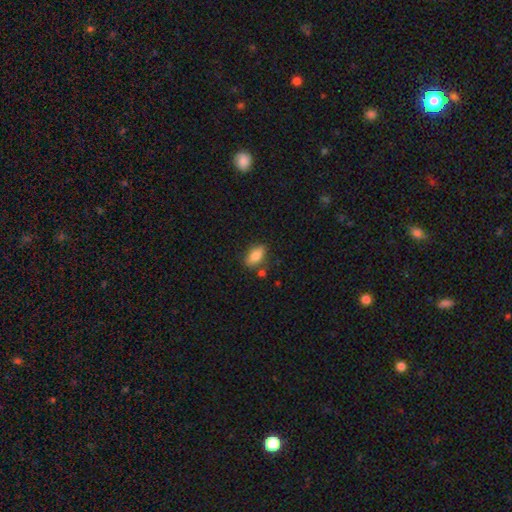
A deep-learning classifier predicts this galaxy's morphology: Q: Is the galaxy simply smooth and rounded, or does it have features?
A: smooth — 85%.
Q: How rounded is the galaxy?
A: in between — 89%.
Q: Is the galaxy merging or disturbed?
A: none — 78%.